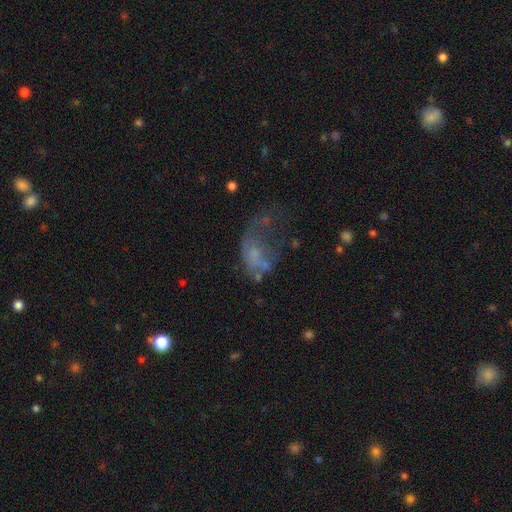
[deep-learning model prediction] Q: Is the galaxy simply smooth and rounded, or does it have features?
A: featured or disk — 47%.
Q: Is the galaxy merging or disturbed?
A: major disturbance — 54%.